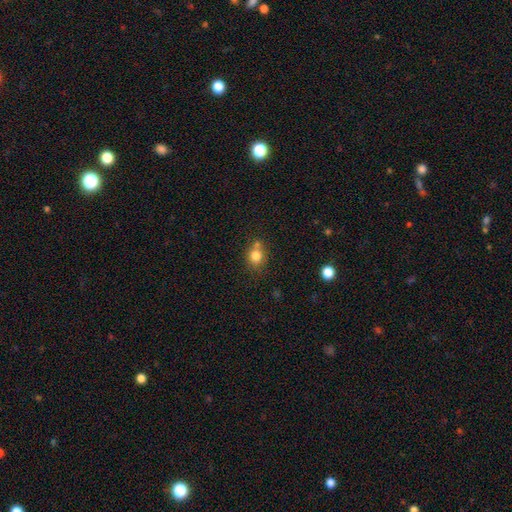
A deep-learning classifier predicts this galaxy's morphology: smooth_or_featured: smooth (p=0.79) [alt: star or artifact p=0.12]
how_rounded: round (p=0.73) [alt: in between p=0.26]
merging: none (p=0.59) [alt: merger p=0.25]